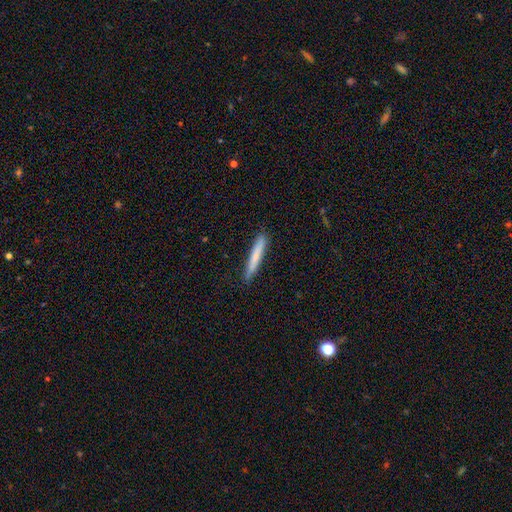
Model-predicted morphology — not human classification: Smooth or featured: smooth — 75% (featured or disk — 20%)
How rounded: cigar-shaped — 96% (in between — 3%)
Merging: none — 89% (minor disturbance — 9%)